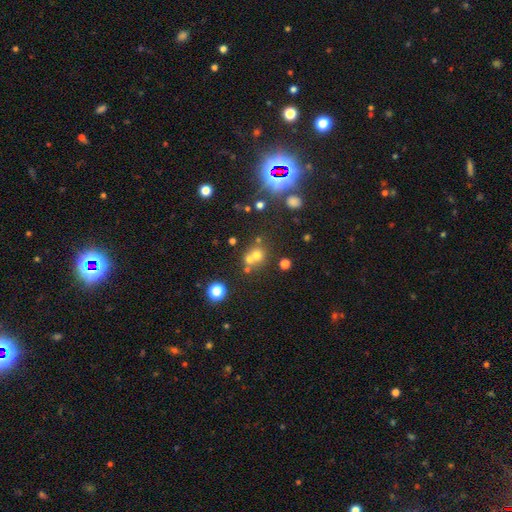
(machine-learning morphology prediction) This is possibly a smooth galaxy (55%). How rounded: clearly round (84%). Merging: possibly none (49%).